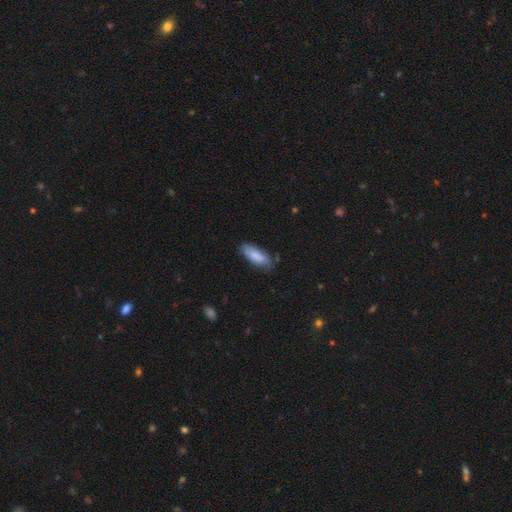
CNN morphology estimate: smooth 85%, featured or disk 10%, star or artifact 6%. Down the decision tree: how rounded — in between (69%); merging — none (71%).